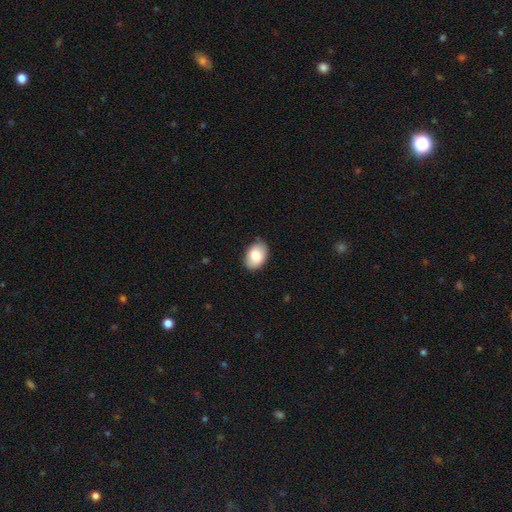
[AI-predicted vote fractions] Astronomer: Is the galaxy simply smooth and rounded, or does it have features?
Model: smooth — 83%.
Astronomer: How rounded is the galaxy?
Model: in between — 86%.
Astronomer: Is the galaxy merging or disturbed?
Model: none — 85%.